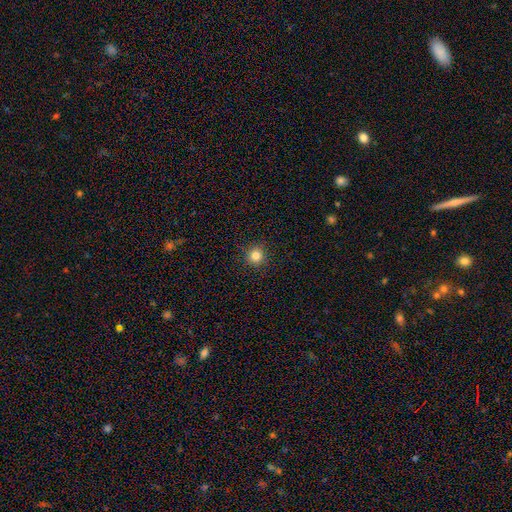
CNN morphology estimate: Overall: smooth (83%). How rounded: round (93%). Merging: none (90%).